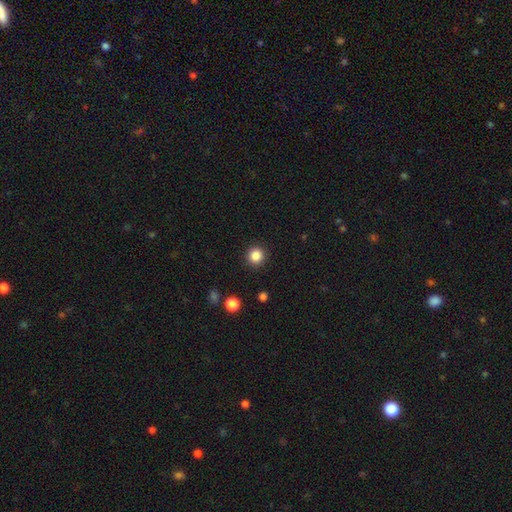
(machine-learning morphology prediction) This is clearly a smooth galaxy (85%). How rounded: clearly round (95%). Merging: clearly none (92%).